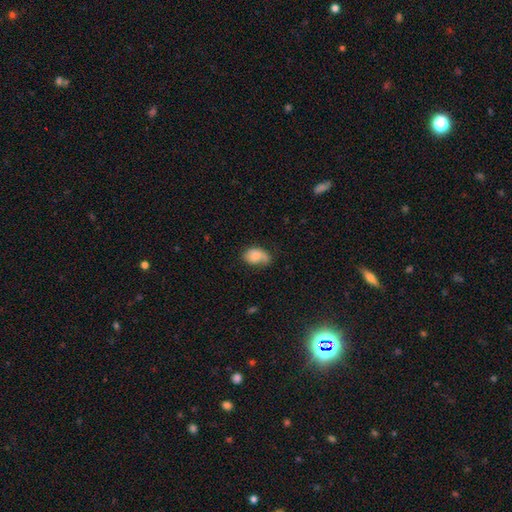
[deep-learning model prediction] Smooth or featured: smooth — 72% (featured or disk — 20%)
How rounded: in between — 80% (round — 19%)
Merging: none — 43% (minor disturbance — 34%)